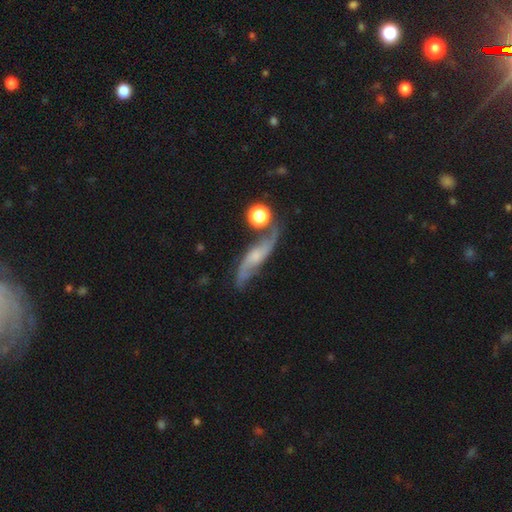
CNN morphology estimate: Smooth or featured? featured or disk (83%)
Edge-on disk? no (83%)
Bar? no (52%)
Spiral arms? yes (96%)
Spiral winding? loose (71%)
Spiral arm count? 2 (92%)
Bulge size? small (45%)
Merging? none (66%)